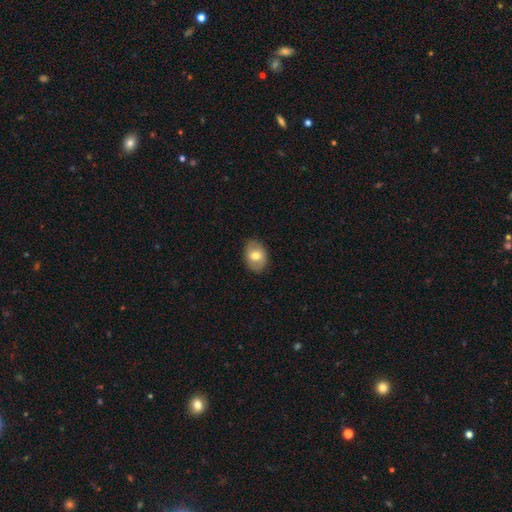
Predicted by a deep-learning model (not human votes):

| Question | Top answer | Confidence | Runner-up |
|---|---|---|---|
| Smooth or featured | smooth | 67% | featured or disk (26%) |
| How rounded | in between | 74% | round (25%) |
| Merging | none | 84% | minor disturbance (12%) |